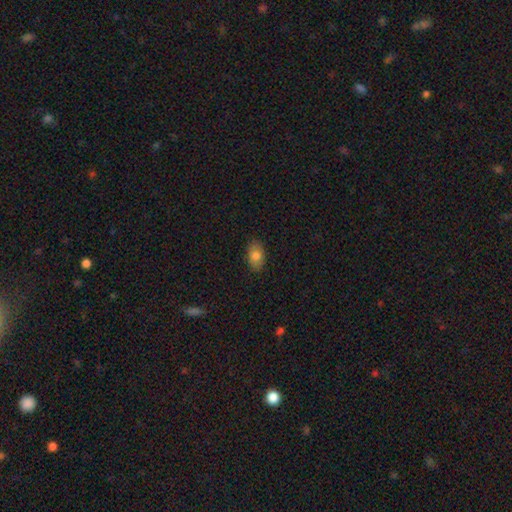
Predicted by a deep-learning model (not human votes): The model was most divided on "smooth or featured": smooth: 81%, featured or disk: 11%, star or artifact: 8%. More confident: how rounded — in between (90%); merging — none (87%).